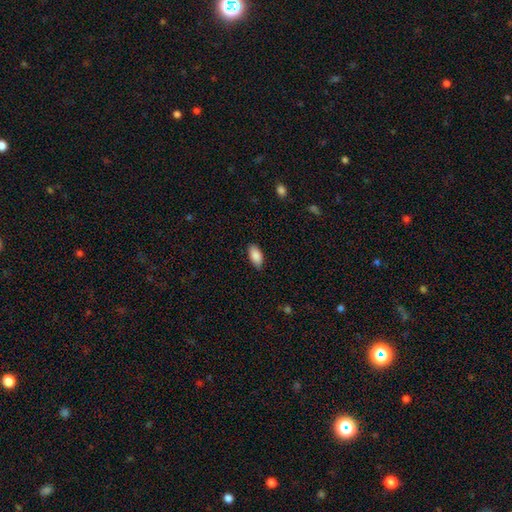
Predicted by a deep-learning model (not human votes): smooth 89%, star or artifact 7%, featured or disk 5%. Down the decision tree: how rounded — in between (93%); merging — none (84%).